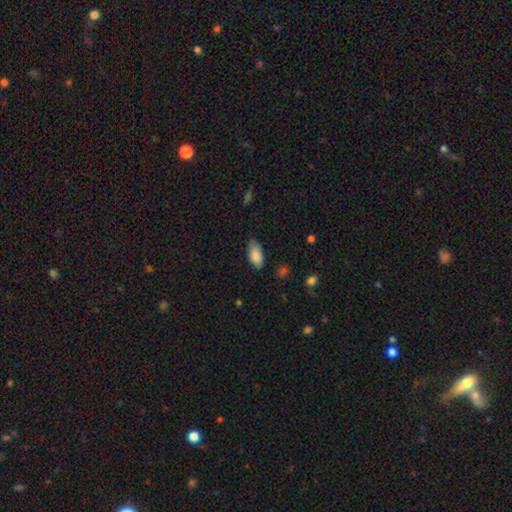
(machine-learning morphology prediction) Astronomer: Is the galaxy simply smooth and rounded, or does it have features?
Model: smooth — 85%.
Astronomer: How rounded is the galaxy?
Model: in between — 92%.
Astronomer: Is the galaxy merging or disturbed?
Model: none — 78%.